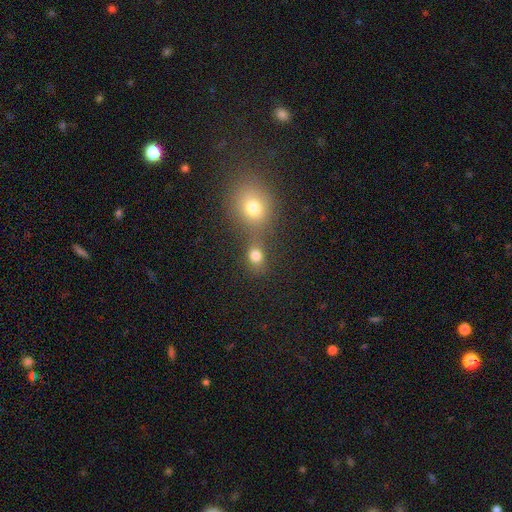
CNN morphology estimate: This appears to be a smooth galaxy with no disk features (78%) that is round (66%). Merging: none (49%).